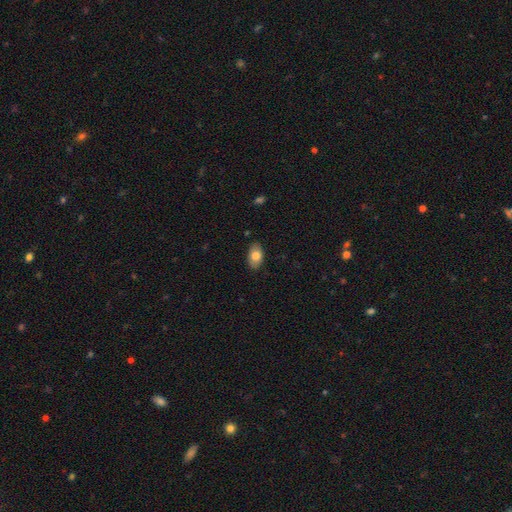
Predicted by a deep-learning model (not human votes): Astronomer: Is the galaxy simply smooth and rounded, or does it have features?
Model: smooth — 80%.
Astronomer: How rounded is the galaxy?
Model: in between — 92%.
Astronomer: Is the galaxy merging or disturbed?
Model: none — 85%.